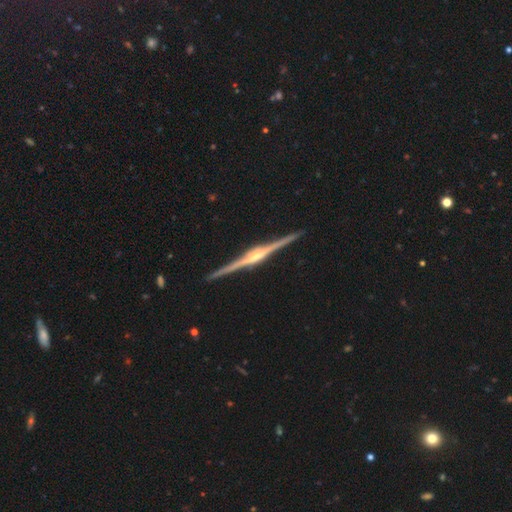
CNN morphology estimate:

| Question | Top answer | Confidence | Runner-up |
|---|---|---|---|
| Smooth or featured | featured or disk | 91% | smooth (5%) |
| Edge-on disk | yes | 99% | no (1%) |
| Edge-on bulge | rounded | 81% | boxy (12%) |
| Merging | none | 92% | minor disturbance (5%) |